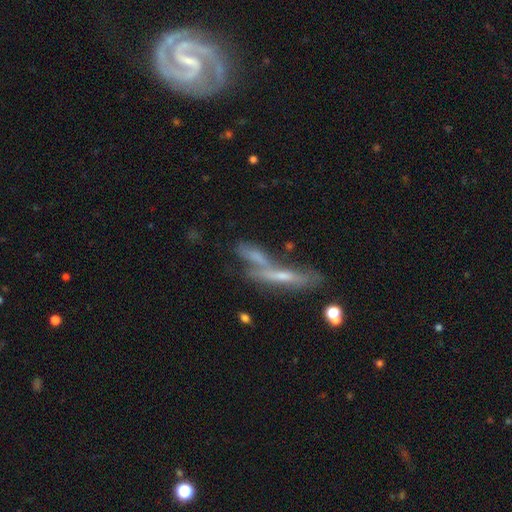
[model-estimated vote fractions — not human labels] smooth_or_featured: smooth (p=0.51) [alt: featured or disk p=0.39]
how_rounded: cigar-shaped (p=0.68) [alt: in between p=0.28]
merging: merger (p=0.49) [alt: none p=0.31]